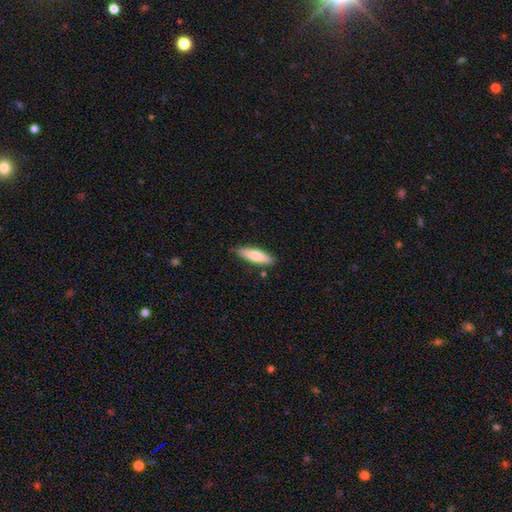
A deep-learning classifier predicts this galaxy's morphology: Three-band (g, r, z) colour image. It shows a smooth galaxy with no disk features (71%) that is cigar-shaped (63%). Merging: none (82%).